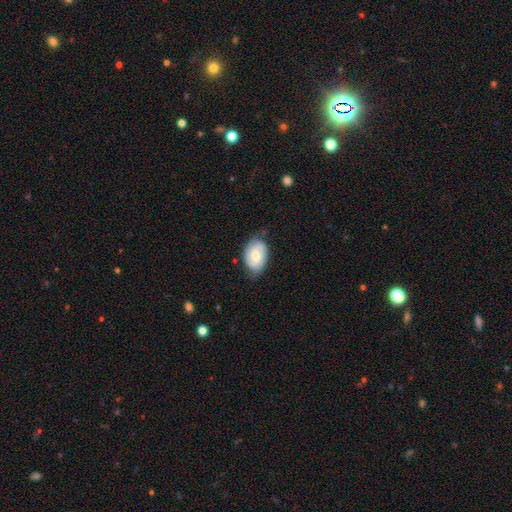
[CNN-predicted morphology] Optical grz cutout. It shows a smooth galaxy with no disk features (52%) that is in between round and cigar-shaped (85%). Merging: none (71%).